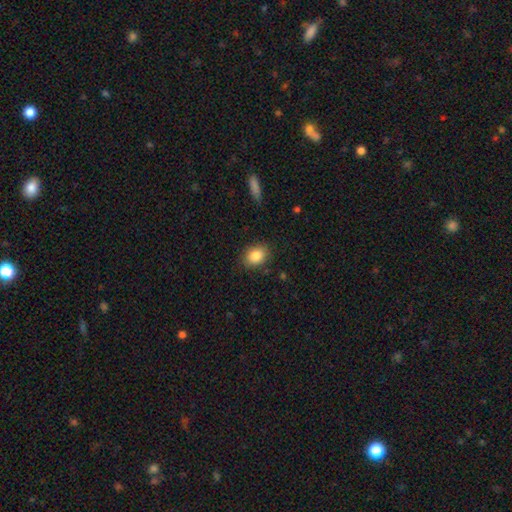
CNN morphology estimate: Overall: smooth (86%). How rounded: in between (68%; round 31%). Merging: none (86%).